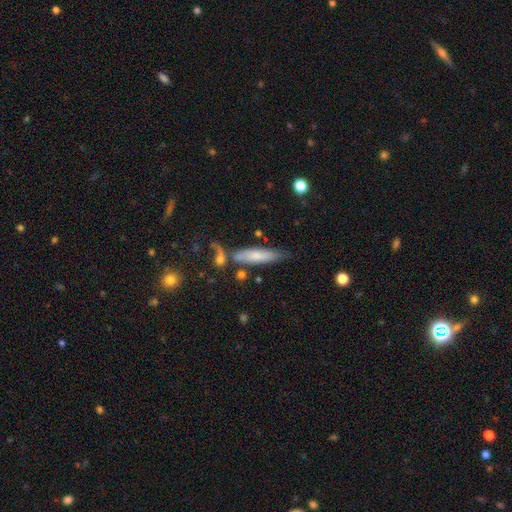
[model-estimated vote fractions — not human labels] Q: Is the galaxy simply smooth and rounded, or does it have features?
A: smooth — 63%.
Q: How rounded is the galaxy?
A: cigar-shaped — 73%.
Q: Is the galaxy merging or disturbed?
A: none — 57%.